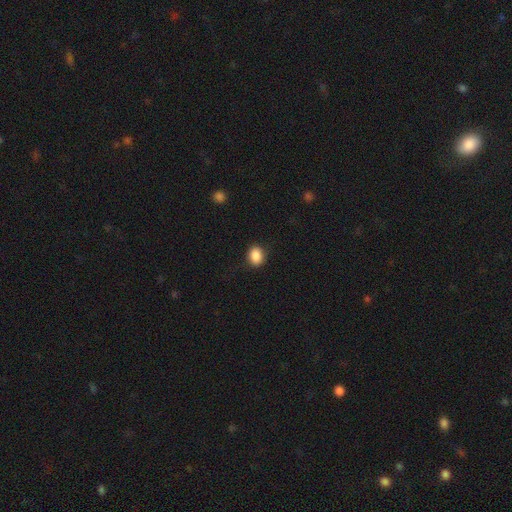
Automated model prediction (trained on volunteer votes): Morphology: type=smooth (88%); roundness=in between (58%); merging=none (87%).